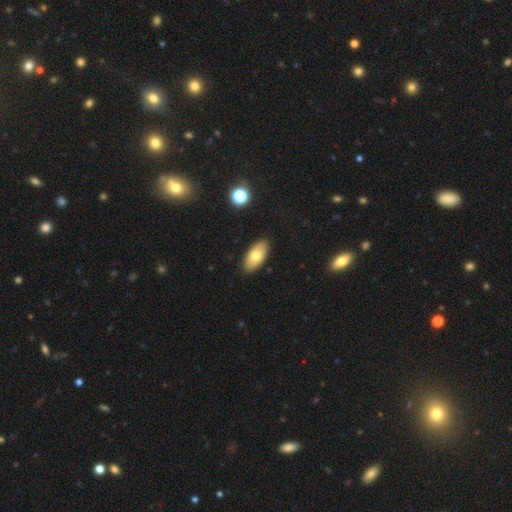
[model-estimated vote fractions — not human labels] Smooth or featured: smooth — 73% (featured or disk — 20%)
How rounded: in between — 93% (cigar-shaped — 4%)
Merging: none — 88% (minor disturbance — 9%)